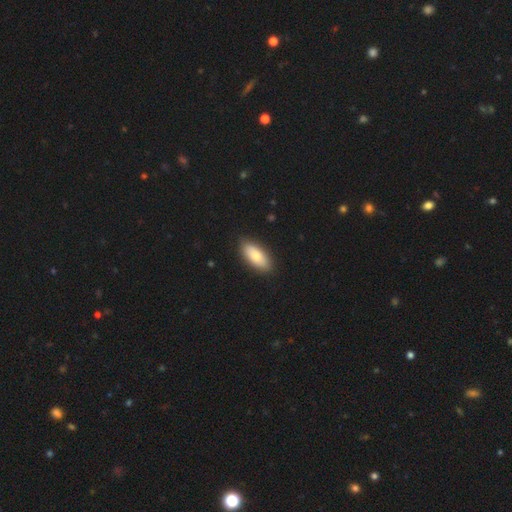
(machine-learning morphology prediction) This appears to be a smooth galaxy with no disk features (77%) that is in between round and cigar-shaped (88%). Merging: none (88%).